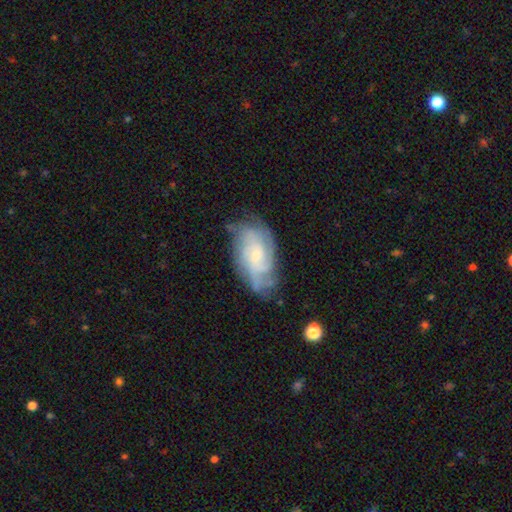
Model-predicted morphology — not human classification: type=featured or disk (77%); edge-on=no (96%); bar=no (63%); spiral arms=yes (94%); winding=tight (50%); arm count=can't tell (33%); bulge=small (61%); merging=none (67%).